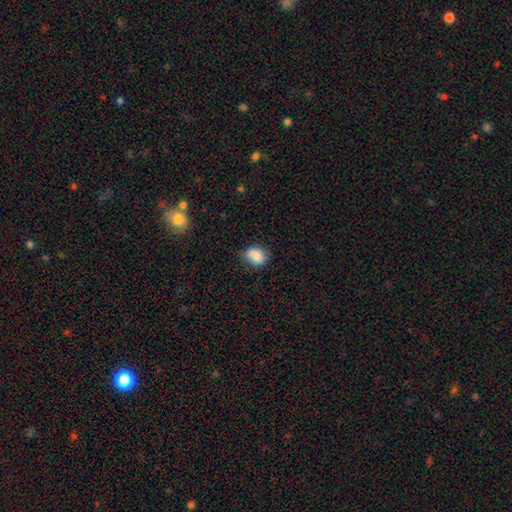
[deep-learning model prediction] Overall: smooth (86%). How rounded: in between (63%; round 36%). Merging: none (61%; minor disturbance 31%).